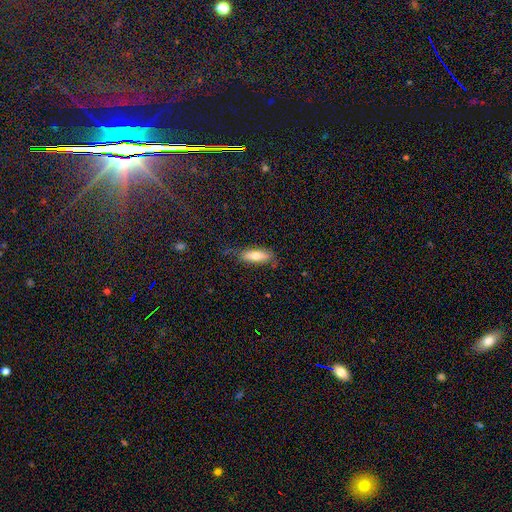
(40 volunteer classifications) smooth_or_featured: smooth (p=0.75) [alt: featured or disk p=0.17]
how_rounded: in between (p=0.73) [alt: cigar-shaped p=0.23]
merging: none (p=0.70) [alt: minor disturbance p=0.24]